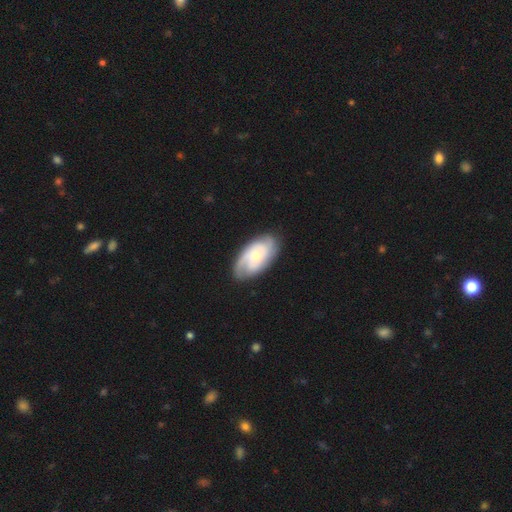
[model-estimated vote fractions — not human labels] Smooth or featured?
  - featured or disk: 71% *
  - smooth: 24%
  - star or artifact: 5%
Edge-on disk?
  - no: 95% *
  - yes: 5%
Bar?
  - no: 72% *
  - weak: 24%
  - strong: 4%
Spiral arms?
  - yes: 93% *
  - no: 7%
Spiral winding?
  - tight: 53% *
  - medium: 35%
  - loose: 12%
Spiral arm count?
  - 2: 32% *
  - can't tell: 30%
  - 3: 23%
  - 4: 6%
  - 1: 5%
  - more than 4: 4%
Bulge size?
  - small: 53% *
  - moderate: 38%
  - large: 5%
  - none: 3%
  - dominant: 1%
Merging?
  - none: 78% *
  - minor disturbance: 16%
  - major disturbance: 5%
  - merger: 1%